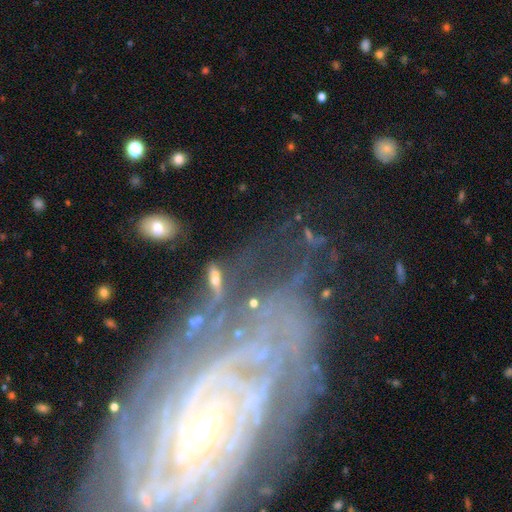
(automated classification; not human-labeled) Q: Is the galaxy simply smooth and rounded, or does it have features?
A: featured or disk — 68%.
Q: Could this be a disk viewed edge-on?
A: no — 93%.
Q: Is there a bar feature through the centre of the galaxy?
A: no — 47%.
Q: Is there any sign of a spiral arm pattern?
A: yes — 84%.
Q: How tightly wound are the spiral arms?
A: tight — 66%.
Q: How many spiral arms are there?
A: can't tell — 34%.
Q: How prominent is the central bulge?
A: small — 53%.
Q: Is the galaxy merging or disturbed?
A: none — 61%.